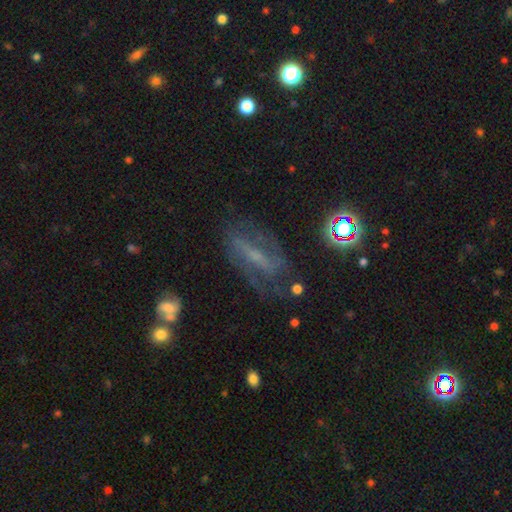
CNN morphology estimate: The model was most divided on "bar": strong: 50%, weak: 34%, no: 16%. More confident: edge-on disk — no (81%); spiral arms — yes (77%); smooth or featured — featured or disk (67%); merging — none (64%); bulge size — small (52%).